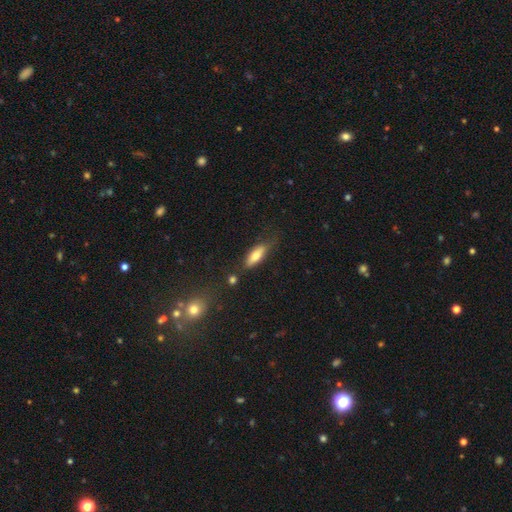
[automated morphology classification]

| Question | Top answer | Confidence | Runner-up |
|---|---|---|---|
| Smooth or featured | smooth | 69% | featured or disk (24%) |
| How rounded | in between | 58% | cigar-shaped (40%) |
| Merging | none | 68% | minor disturbance (22%) |